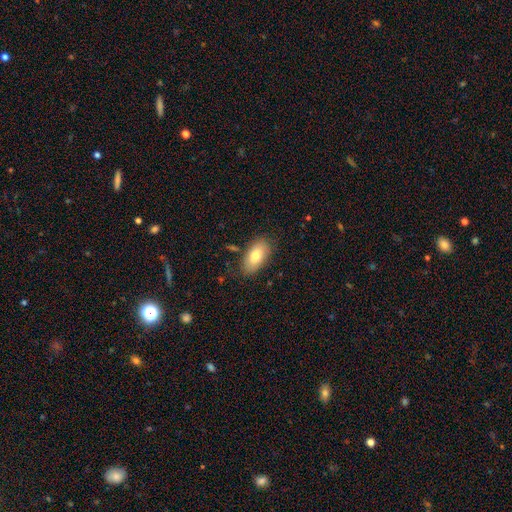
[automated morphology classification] Smooth or featured? Predicted: smooth (p=0.76). How rounded? Predicted: in between (p=0.92). Merging? Predicted: none (p=0.81).